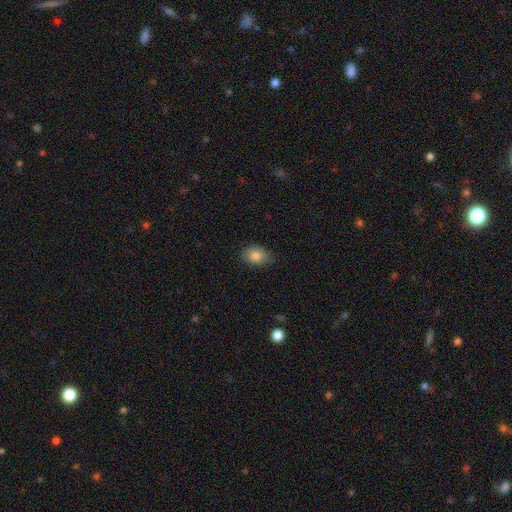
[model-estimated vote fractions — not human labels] smooth-or-featured: smooth: 85% | star or artifact: 8% | featured or disk: 7%
  how-rounded: in between: 70% | round: 28% | cigar-shaped: 1%
  merging: none: 74% | minor disturbance: 21% | major disturbance: 4% | merger: 1%